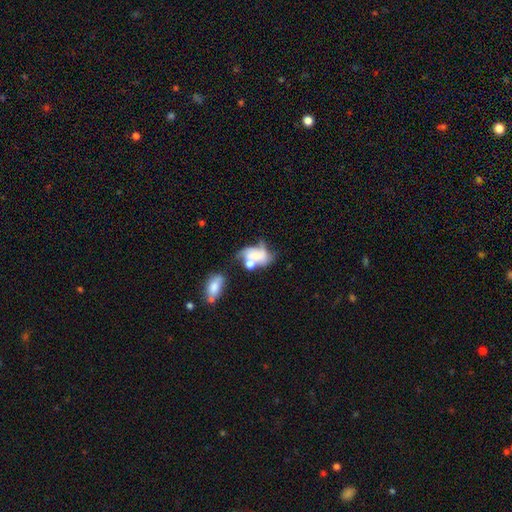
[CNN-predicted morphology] Smooth or featured? Predicted: smooth (p=0.48). Merging? Predicted: merger (p=0.42).